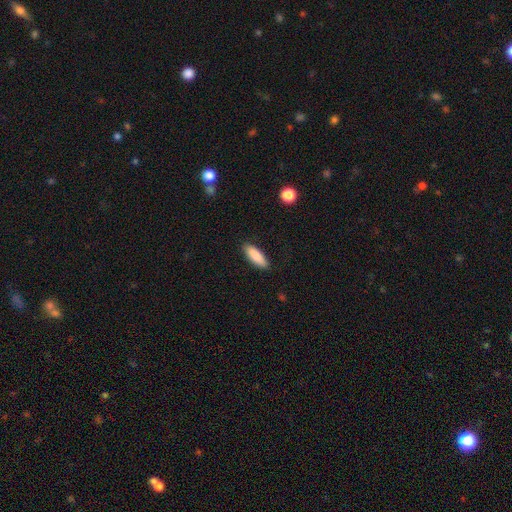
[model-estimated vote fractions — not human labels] This appears to be a smooth galaxy with no disk features (88%) that is in between round and cigar-shaped (60%). Merging: none (88%).